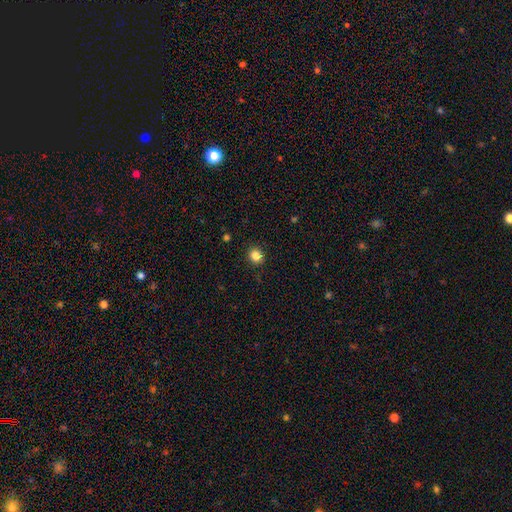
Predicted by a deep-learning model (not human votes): This is clearly a smooth galaxy (84%). How rounded: clearly round (83%). Merging: clearly none (90%).